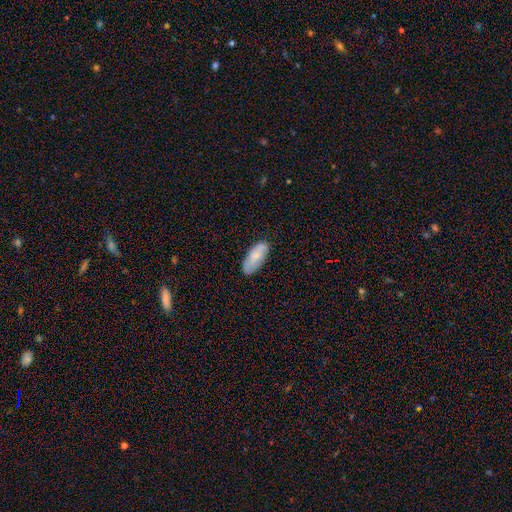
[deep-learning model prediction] This appears to be a smooth galaxy with no disk features (78%) that is in between round and cigar-shaped (85%). Merging: none (78%).